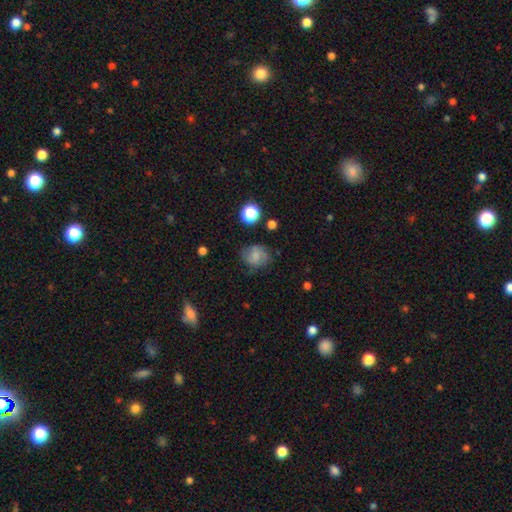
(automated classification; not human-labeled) Smooth or featured?
  - smooth: 68% *
  - featured or disk: 20%
  - star or artifact: 13%
How rounded?
  - round: 69% *
  - in between: 30%
  - cigar-shaped: 1%
Merging?
  - none: 68% *
  - minor disturbance: 21%
  - major disturbance: 8%
  - merger: 2%